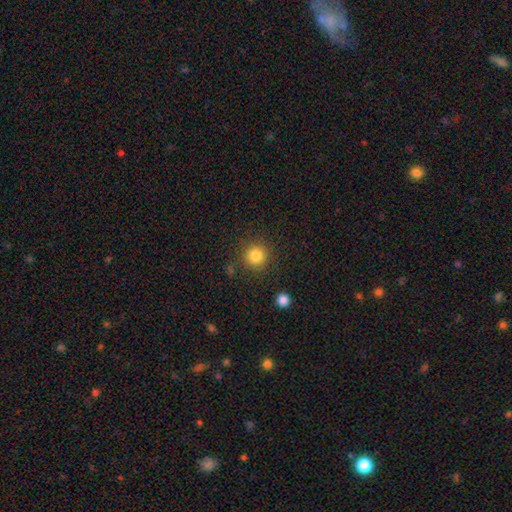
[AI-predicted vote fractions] smooth_or_featured: smooth (p=0.83) [alt: star or artifact p=0.11]
how_rounded: round (p=0.94) [alt: in between p=0.05]
merging: none (p=0.87) [alt: minor disturbance p=0.07]